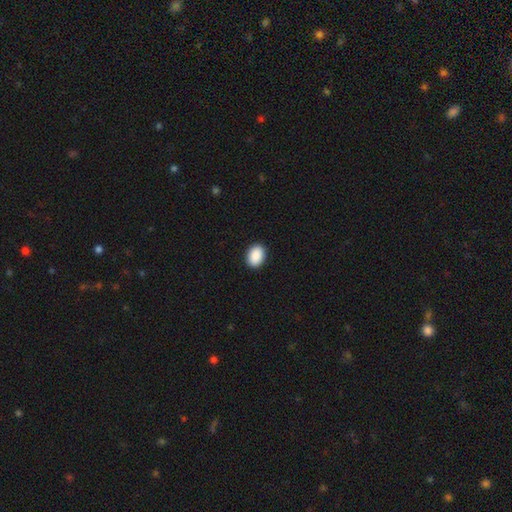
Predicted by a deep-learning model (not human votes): A smooth galaxy with no disk features (91%) that is in between round and cigar-shaped (81%).

Vote fractions:
- Smooth or featured? smooth: 91% / star or artifact: 7% / featured or disk: 2%
- How rounded? in between: 81% / round: 18% / cigar-shaped: 1%
- Merging? none: 91% / minor disturbance: 6% / major disturbance: 2% / merger: 1%